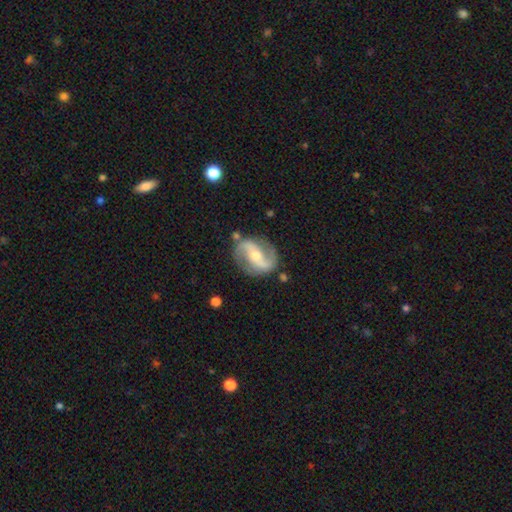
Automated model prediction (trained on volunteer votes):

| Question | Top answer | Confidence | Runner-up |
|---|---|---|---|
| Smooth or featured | featured or disk | 86% | smooth (9%) |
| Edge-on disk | no | 96% | yes (4%) |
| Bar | strong | 41% | weak (31%) |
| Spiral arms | yes | 94% | no (6%) |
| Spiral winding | medium | 43% | loose (40%) |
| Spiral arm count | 2 | 92% | can't tell (3%) |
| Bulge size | moderate | 53% | small (42%) |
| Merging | none | 79% | minor disturbance (14%) |